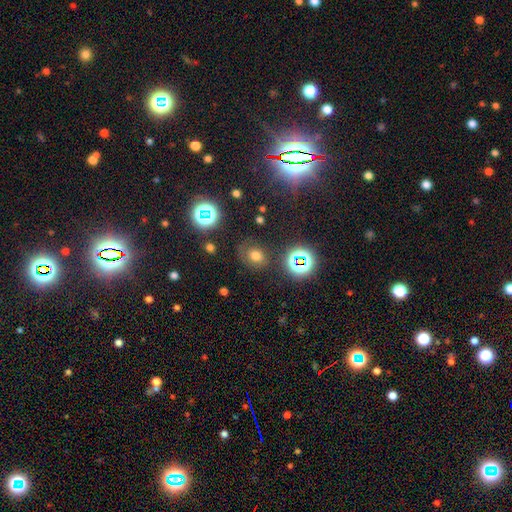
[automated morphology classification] Q: Smooth or featured?
A: smooth (64%); runner-up: star or artifact (24%)
Q: How rounded?
A: round (54%); runner-up: in between (44%)
Q: Merging?
A: none (67%); runner-up: minor disturbance (19%)